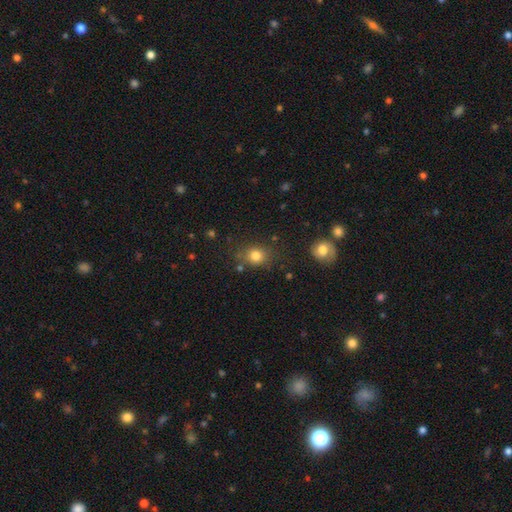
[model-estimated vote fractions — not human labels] Q: Smooth or featured?
A: smooth (81%); runner-up: star or artifact (13%)
Q: How rounded?
A: round (70%); runner-up: in between (29%)
Q: Merging?
A: none (76%); runner-up: minor disturbance (14%)